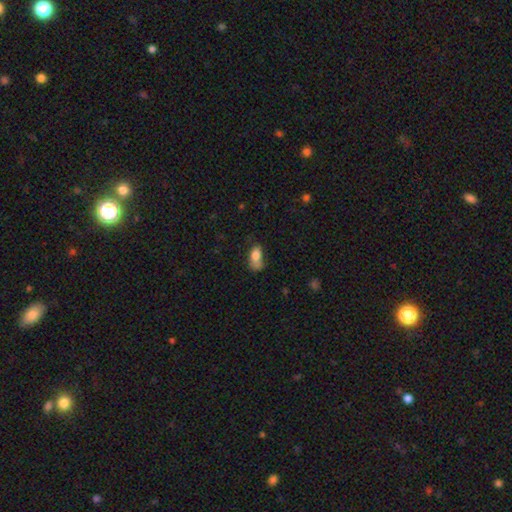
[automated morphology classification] Smooth or featured: smooth — 79% (featured or disk — 12%)
How rounded: in between — 87% (round — 7%)
Merging: none — 37% (minor disturbance — 32%)